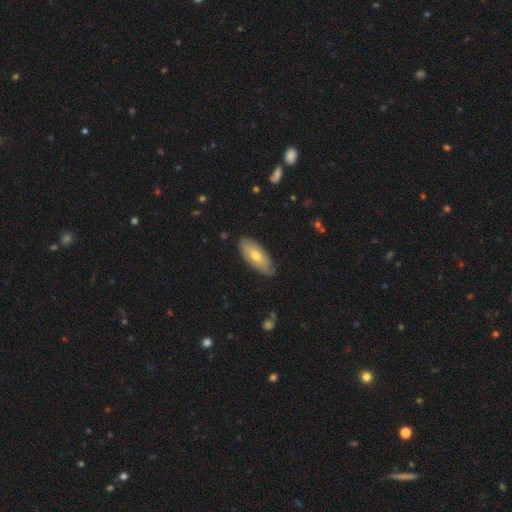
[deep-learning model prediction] Q: Smooth or featured?
A: smooth (58%); runner-up: featured or disk (36%)
Q: How rounded?
A: in between (80%); runner-up: cigar-shaped (17%)
Q: Merging?
A: none (81%); runner-up: minor disturbance (16%)